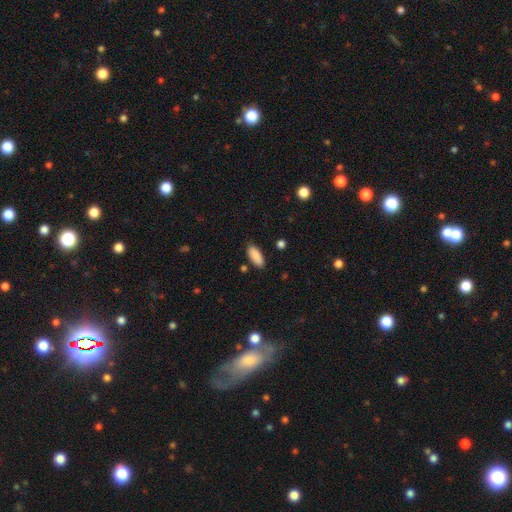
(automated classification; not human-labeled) Q: Smooth or featured?
A: smooth (88%); runner-up: star or artifact (7%)
Q: How rounded?
A: in between (86%); runner-up: cigar-shaped (12%)
Q: Merging?
A: none (84%); runner-up: minor disturbance (11%)